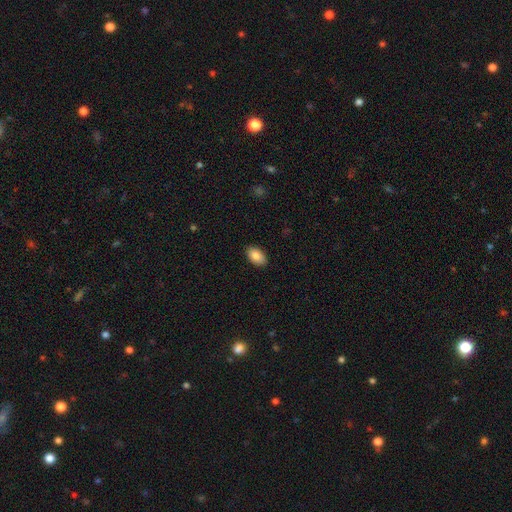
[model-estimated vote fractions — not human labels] smooth 85%, featured or disk 8%, star or artifact 7%. Down the decision tree: how rounded — in between (93%); merging — none (89%).